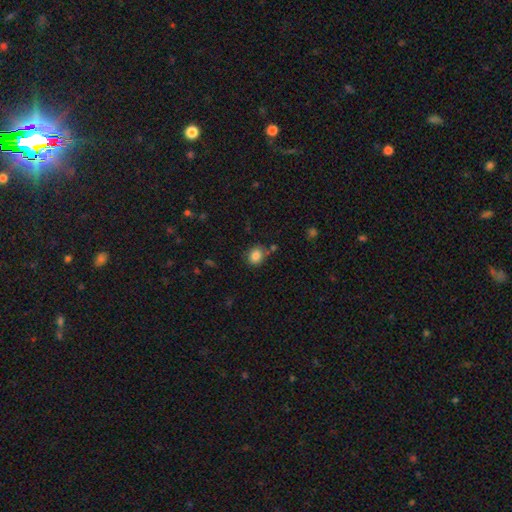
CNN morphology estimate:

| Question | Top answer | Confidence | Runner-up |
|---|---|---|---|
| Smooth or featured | smooth | 85% | star or artifact (10%) |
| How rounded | round | 67% | in between (32%) |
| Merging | none | 75% | minor disturbance (13%) |